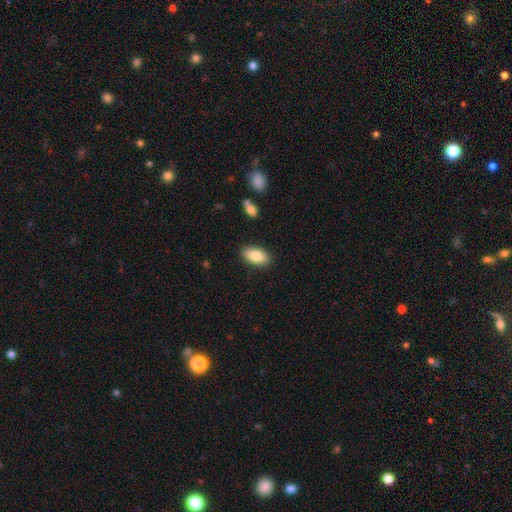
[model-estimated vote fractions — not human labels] A smooth galaxy with no disk features (83%) that is in between round and cigar-shaped (90%). Merging: none (88%).